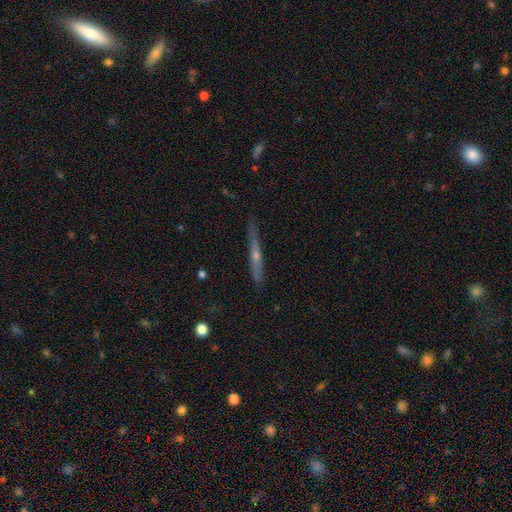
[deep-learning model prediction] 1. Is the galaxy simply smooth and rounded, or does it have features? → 65% featured or disk, 28% smooth, 7% star or artifact.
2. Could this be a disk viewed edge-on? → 95% yes, 5% no.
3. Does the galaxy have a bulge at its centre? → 69% rounded, 27% none, 3% boxy.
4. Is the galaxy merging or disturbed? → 83% none, 13% minor disturbance, 2% major disturbance, 1% merger.